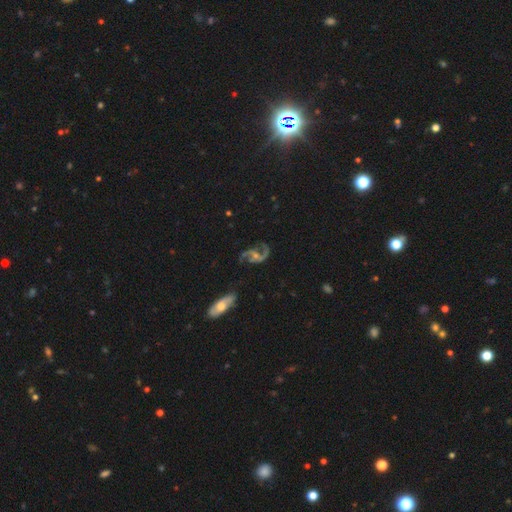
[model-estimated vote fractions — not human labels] Q: Smooth or featured?
A: featured or disk (89%); runner-up: star or artifact (6%)
Q: Edge-on disk?
A: no (97%); runner-up: yes (3%)
Q: Bar?
A: no (43%); runner-up: weak (41%)
Q: Spiral arms?
A: yes (97%); runner-up: no (3%)
Q: Spiral winding?
A: medium (48%); runner-up: loose (42%)
Q: Spiral arm count?
A: 2 (91%); runner-up: 1 (2%)
Q: Bulge size?
A: small (53%); runner-up: moderate (32%)
Q: Merging?
A: none (67%); runner-up: minor disturbance (17%)